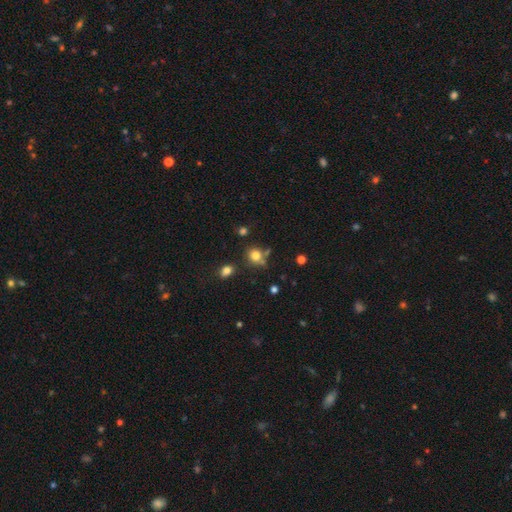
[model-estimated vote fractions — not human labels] Q: Smooth or featured?
A: smooth (77%); runner-up: star or artifact (14%)
Q: How rounded?
A: round (75%); runner-up: in between (23%)
Q: Merging?
A: none (64%); runner-up: minor disturbance (17%)